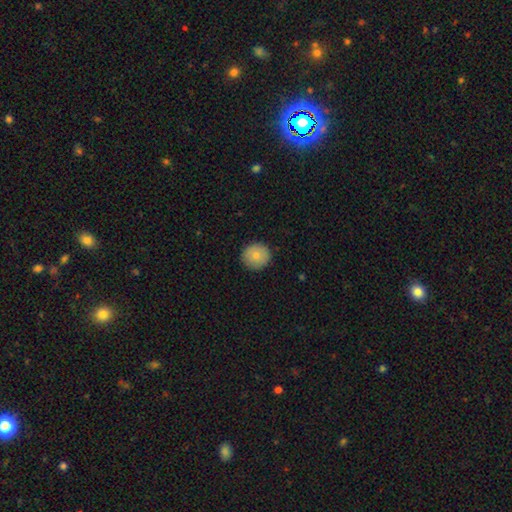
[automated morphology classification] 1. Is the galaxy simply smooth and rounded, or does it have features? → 79% smooth, 13% featured or disk, 8% star or artifact.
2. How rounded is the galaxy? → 92% round, 7% in between, 1% cigar-shaped.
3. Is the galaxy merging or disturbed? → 90% none, 7% minor disturbance, 2% major disturbance, 1% merger.